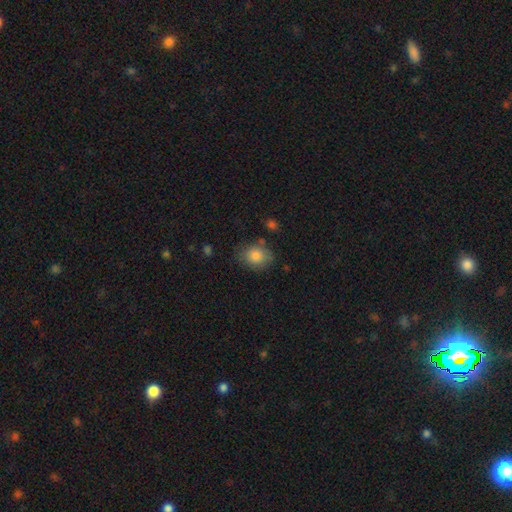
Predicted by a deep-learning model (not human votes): The model was most divided on "how rounded": round: 57%, in between: 42%, cigar-shaped: 1%. More confident: smooth or featured — smooth (84%); merging — none (73%).